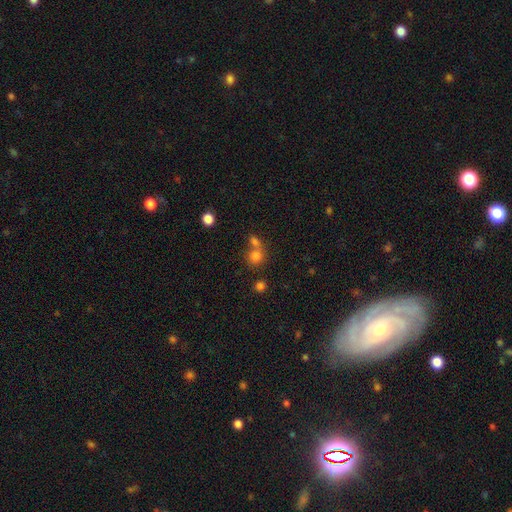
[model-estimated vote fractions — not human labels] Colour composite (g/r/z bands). It shows a smooth galaxy with no disk features (78%) that is round (83%). Merging: none (46%).